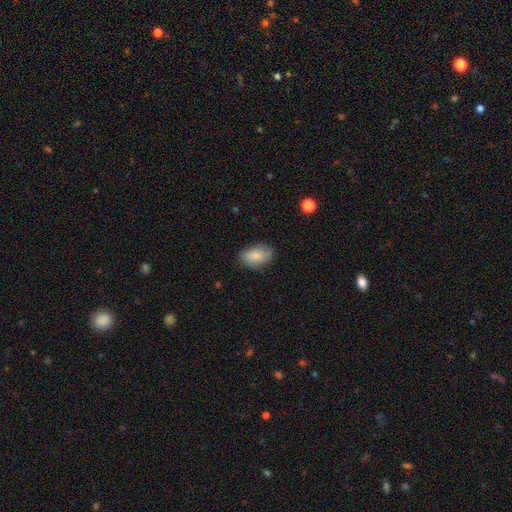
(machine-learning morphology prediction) Smooth or featured? Predicted: smooth (p=0.81). How rounded? Predicted: in between (p=0.90). Merging? Predicted: none (p=0.76).